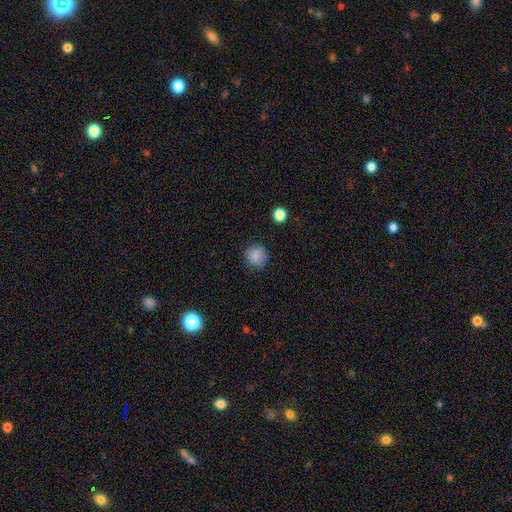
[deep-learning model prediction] smooth_or_featured: smooth (p=0.85) [alt: star or artifact p=0.10]
how_rounded: round (p=0.93) [alt: in between p=0.06]
merging: none (p=0.87) [alt: minor disturbance p=0.09]